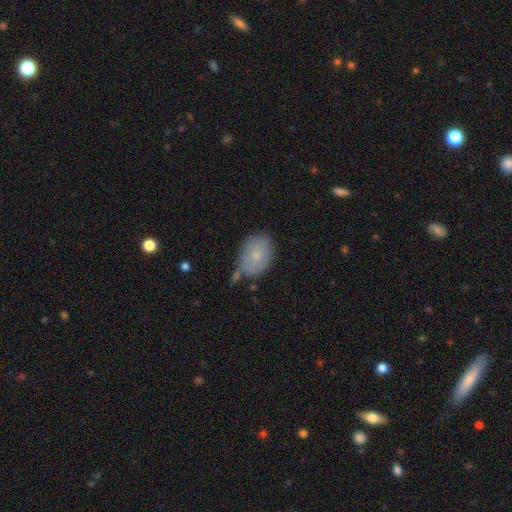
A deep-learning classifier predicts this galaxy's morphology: smooth-or-featured: smooth: 74% | featured or disk: 18% | star or artifact: 8%
  how-rounded: in between: 75% | round: 24% | cigar-shaped: 1%
  merging: none: 59% | minor disturbance: 25% | merger: 9% | major disturbance: 6%